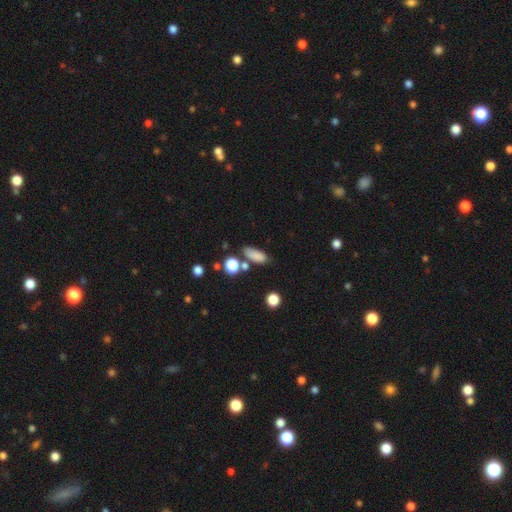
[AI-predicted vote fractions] Q: Smooth or featured?
A: smooth (82%); runner-up: star or artifact (11%)
Q: How rounded?
A: in between (71%); runner-up: cigar-shaped (20%)
Q: Merging?
A: none (66%); runner-up: minor disturbance (15%)